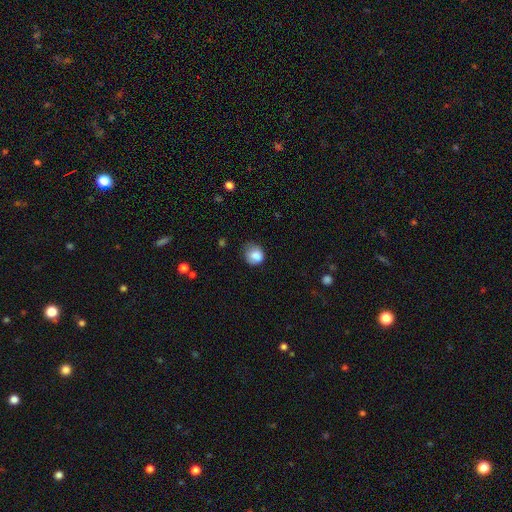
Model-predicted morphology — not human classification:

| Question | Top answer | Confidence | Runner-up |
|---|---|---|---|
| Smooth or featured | smooth | 84% | star or artifact (9%) |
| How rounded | round | 74% | in between (25%) |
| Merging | none | 55% | minor disturbance (33%) |